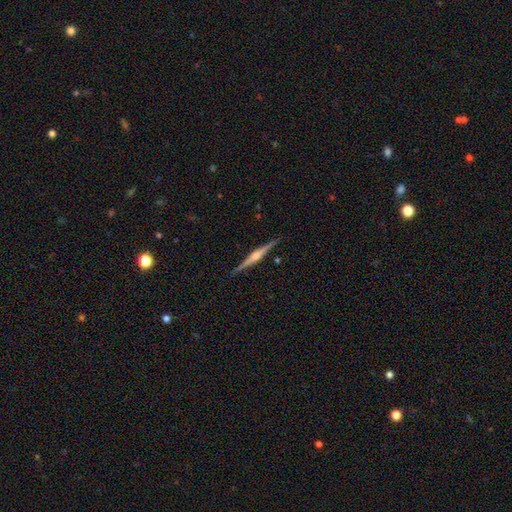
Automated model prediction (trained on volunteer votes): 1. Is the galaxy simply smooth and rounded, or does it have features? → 80% featured or disk, 14% smooth, 6% star or artifact.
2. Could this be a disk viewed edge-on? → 98% yes, 2% no.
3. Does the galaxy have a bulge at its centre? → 78% rounded, 16% boxy, 7% none.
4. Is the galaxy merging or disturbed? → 91% none, 7% minor disturbance, 1% major disturbance, 1% merger.